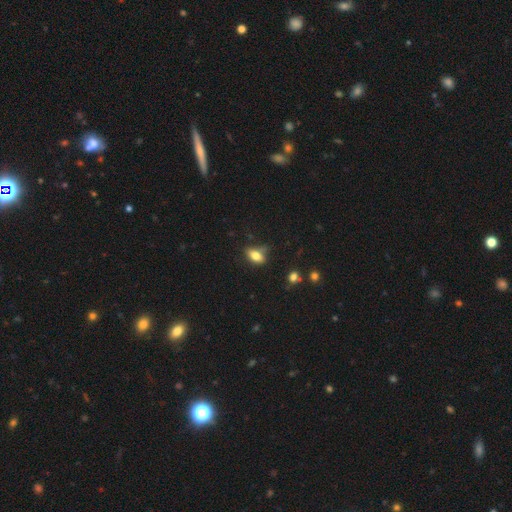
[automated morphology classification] Smooth or featured? smooth (78%)
How rounded? in between (85%)
Merging? none (59%)